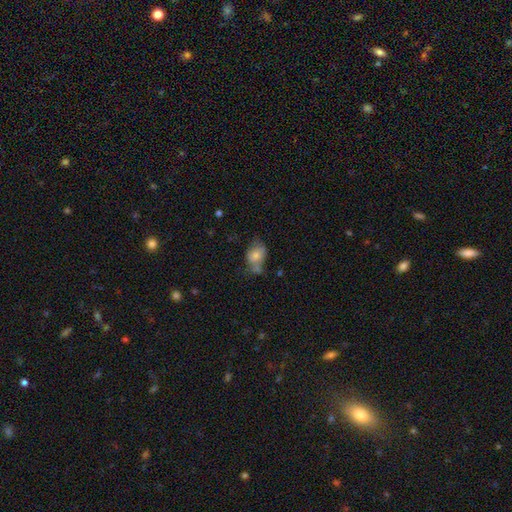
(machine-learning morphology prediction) smooth-or-featured: smooth: 61% | featured or disk: 28% | star or artifact: 11%
  how-rounded: in between: 76% | round: 23% | cigar-shaped: 2%
  merging: none: 40% | minor disturbance: 29% | major disturbance: 16% | merger: 15%